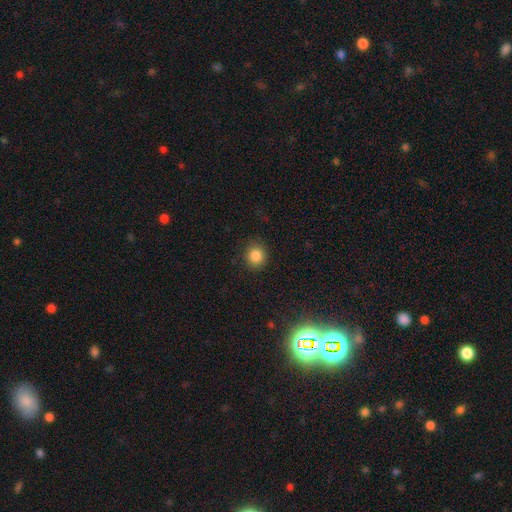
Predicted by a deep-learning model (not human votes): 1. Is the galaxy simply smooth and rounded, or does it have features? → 85% smooth, 11% star or artifact, 4% featured or disk.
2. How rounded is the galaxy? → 88% round, 11% in between, 1% cigar-shaped.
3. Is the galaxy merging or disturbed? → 89% none, 8% minor disturbance, 2% major disturbance, 1% merger.